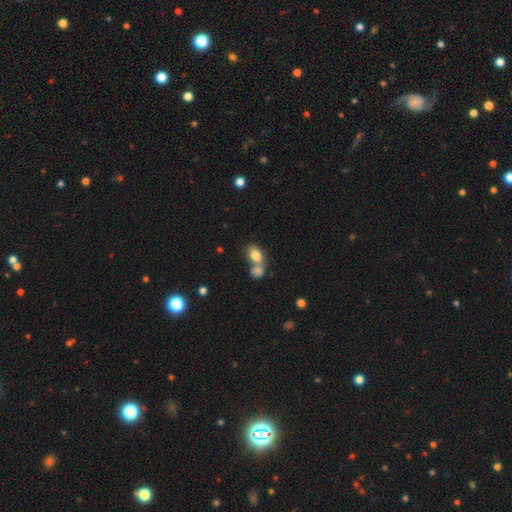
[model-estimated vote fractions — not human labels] Smooth or featured: smooth — 80% (featured or disk — 11%)
How rounded: in between — 84% (round — 13%)
Merging: merger — 56% (none — 31%)